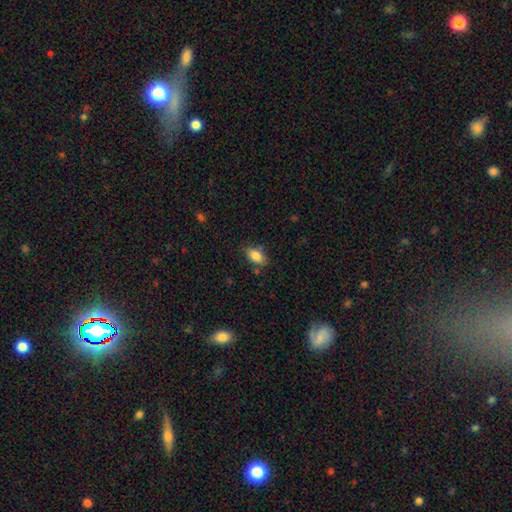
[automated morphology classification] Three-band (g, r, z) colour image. It shows a smooth galaxy with no disk features (84%) that is in between round and cigar-shaped (89%). Merging: none (78%).